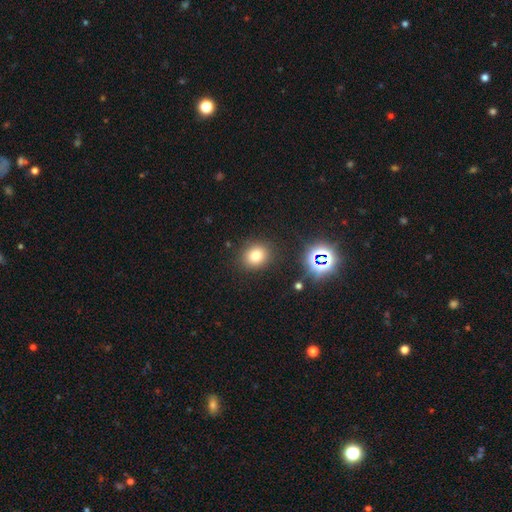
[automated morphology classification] Smooth or featured?
  - smooth: 75% *
  - star or artifact: 17%
  - featured or disk: 8%
How rounded?
  - round: 74% *
  - in between: 25%
  - cigar-shaped: 1%
Merging?
  - none: 87% *
  - minor disturbance: 8%
  - major disturbance: 3%
  - merger: 2%